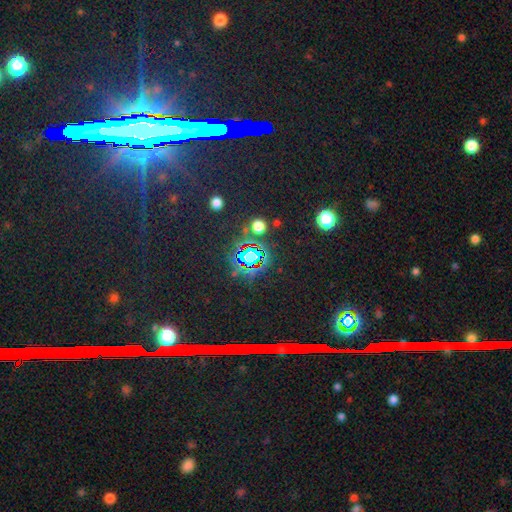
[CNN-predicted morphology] Overall: star or artifact (71%).